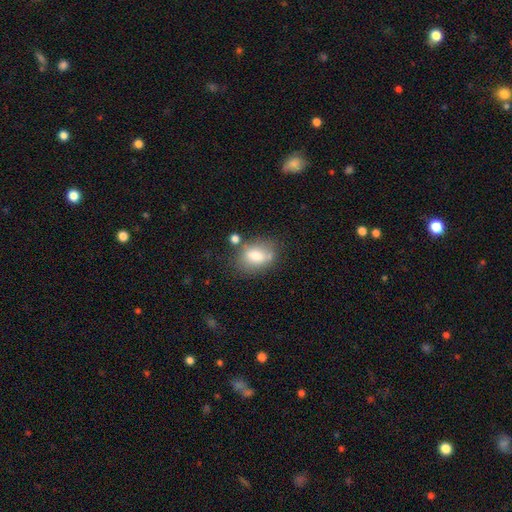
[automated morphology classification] The model was most divided on "merging": none: 57%, minor disturbance: 21%, merger: 15%, major disturbance: 7%. More confident: how rounded — in between (75%); smooth or featured — smooth (74%).